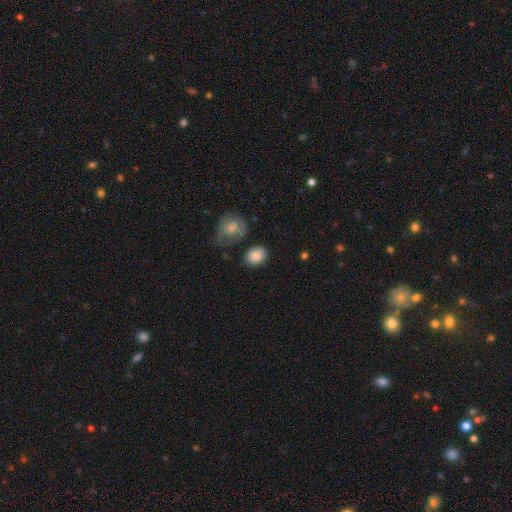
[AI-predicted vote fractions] Smooth or featured? Predicted: smooth (p=0.87). How rounded? Predicted: in between (p=0.58). Merging? Predicted: none (p=0.73).